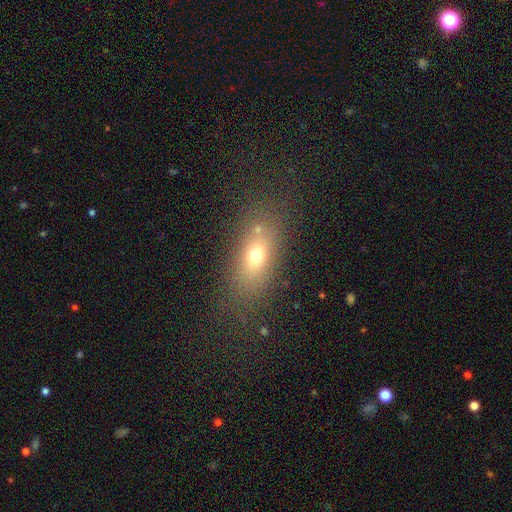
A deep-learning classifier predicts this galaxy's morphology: Smooth or featured?
  - smooth: 66% *
  - featured or disk: 19%
  - star or artifact: 16%
How rounded?
  - in between: 71% *
  - round: 14%
  - cigar-shaped: 14%
Merging?
  - none: 73% *
  - minor disturbance: 13%
  - major disturbance: 8%
  - merger: 6%